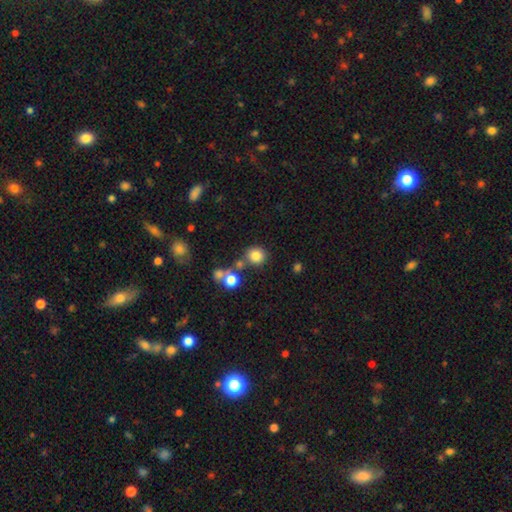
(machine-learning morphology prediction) Smooth or featured? Predicted: smooth (p=0.80). How rounded? Predicted: round (p=0.89). Merging? Predicted: none (p=0.72).